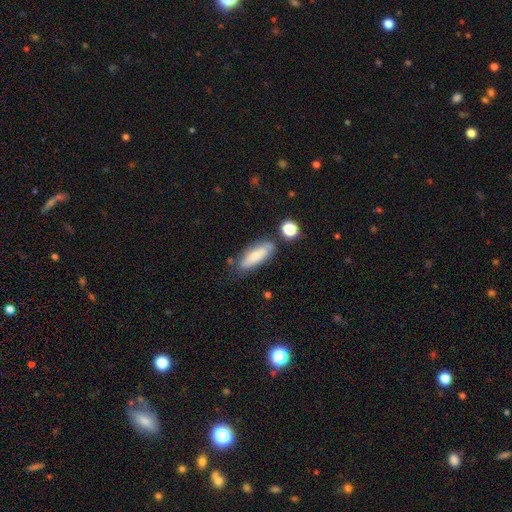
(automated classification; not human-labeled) Smooth or featured? smooth (72%)
How rounded? in between (52%)
Merging? none (71%)